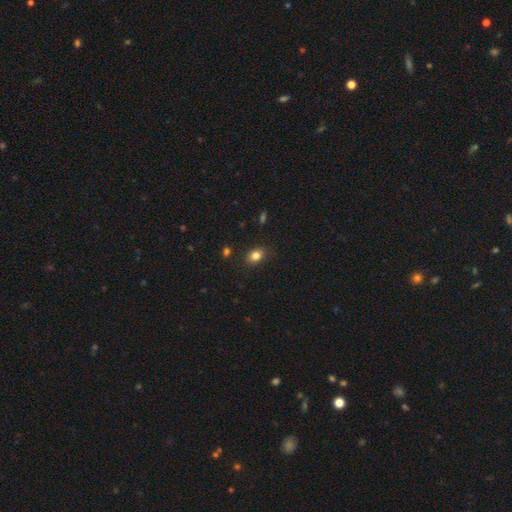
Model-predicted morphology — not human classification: Smooth or featured? Predicted: smooth (p=0.83). How rounded? Predicted: in between (p=0.63). Merging? Predicted: none (p=0.86).